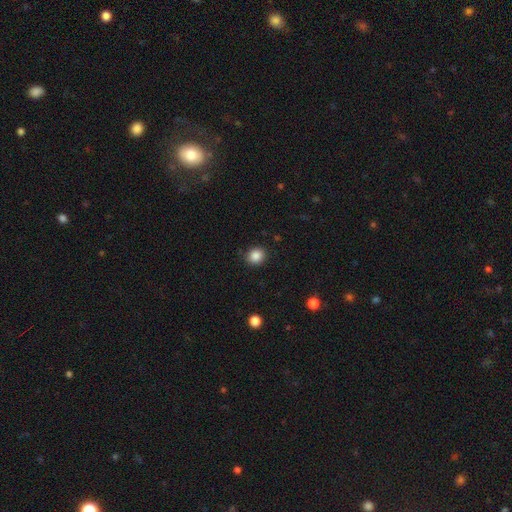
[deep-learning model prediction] A smooth galaxy with no disk features (87%) that is round (79%). Merging: none (89%).